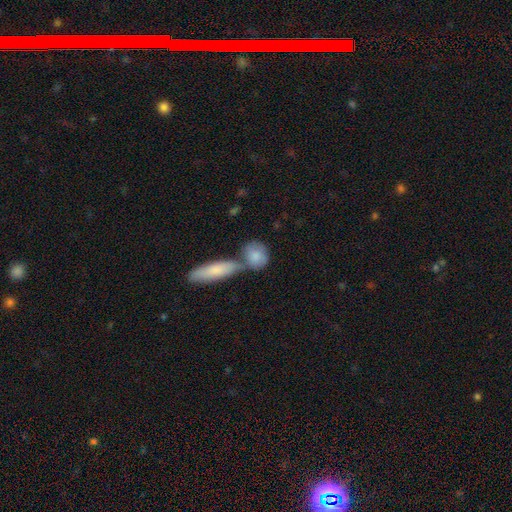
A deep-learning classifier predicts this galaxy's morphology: The model was most divided on "merging": none: 45%, merger: 39%, minor disturbance: 12%, major disturbance: 5%. More confident: smooth or featured — smooth (81%); how rounded — round (52%).